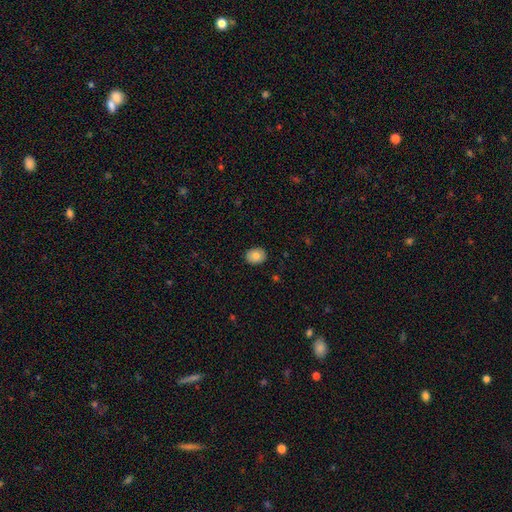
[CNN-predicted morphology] Smooth or featured? smooth (80%)
How rounded? in between (51%)
Merging? none (89%)